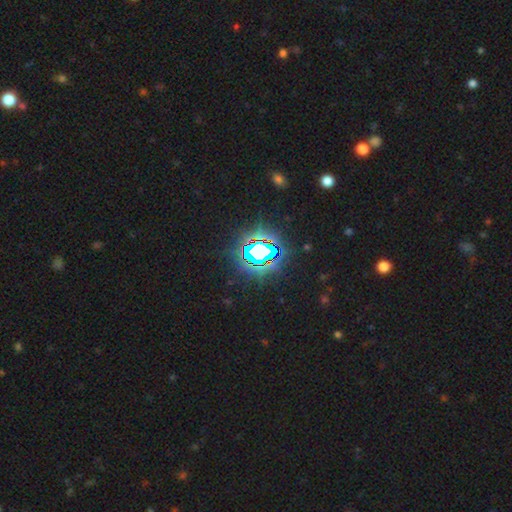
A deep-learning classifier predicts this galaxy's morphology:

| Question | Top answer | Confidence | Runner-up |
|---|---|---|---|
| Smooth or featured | star or artifact | 75% | smooth (14%) |